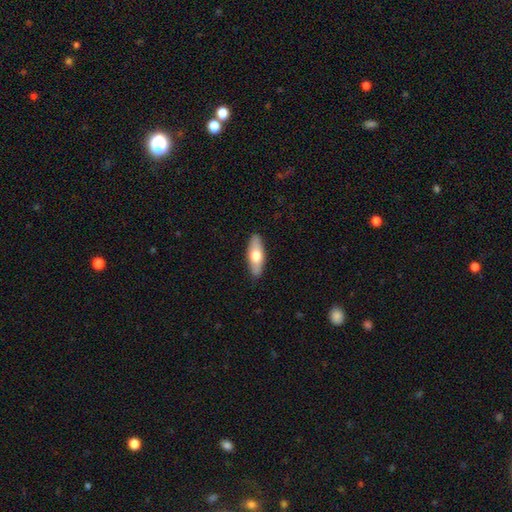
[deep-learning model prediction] smooth 64%, featured or disk 31%, star or artifact 5%. Down the decision tree: how rounded — in between (66%); merging — none (89%).